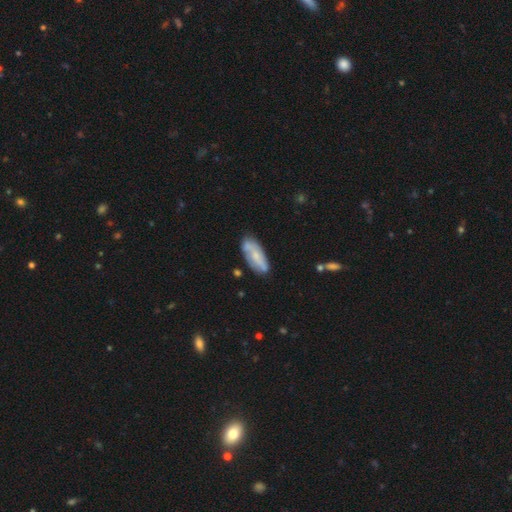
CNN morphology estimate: Smooth or featured: smooth — 50% (featured or disk — 44%)
Merging: none — 69% (minor disturbance — 21%)